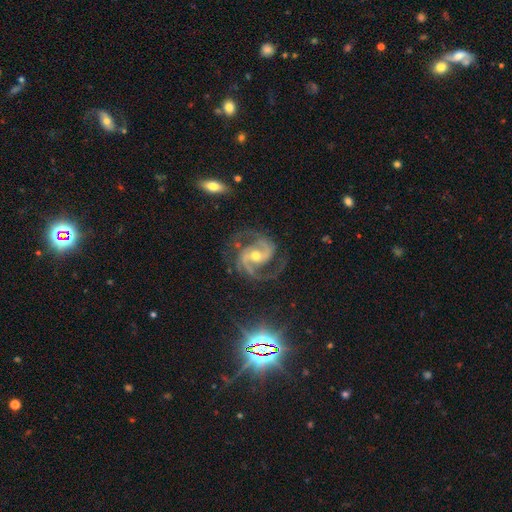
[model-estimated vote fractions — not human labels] smooth_or_featured: featured or disk (p=0.91) [alt: star or artifact p=0.06]
disk_edge_on: no (p=0.98) [alt: yes p=0.02]
bar: no (p=0.41) [alt: weak p=0.36]
has_spiral_arms: yes (p=0.98) [alt: no p=0.02]
spiral_winding: medium (p=0.63) [alt: tight p=0.25]
spiral_arm_count: 2 (p=0.87) [alt: 3 p=0.06]
bulge_size: moderate (p=0.63) [alt: small p=0.32]
merging: none (p=0.74) [alt: minor disturbance p=0.16]